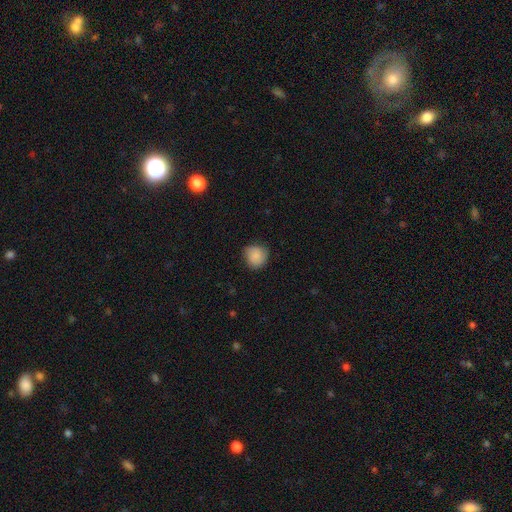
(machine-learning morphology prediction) smooth_or_featured: smooth (p=0.85) [alt: star or artifact p=0.08]
how_rounded: round (p=0.86) [alt: in between p=0.13]
merging: none (p=0.78) [alt: minor disturbance p=0.18]